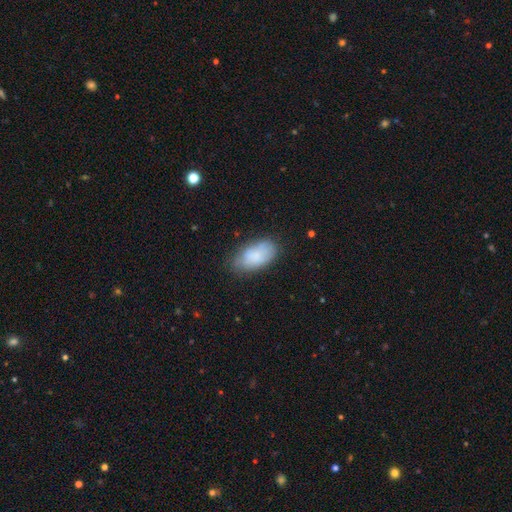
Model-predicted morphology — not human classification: This is likely a smooth galaxy (77%). How rounded: clearly in between (94%). Merging: likely none (69%).